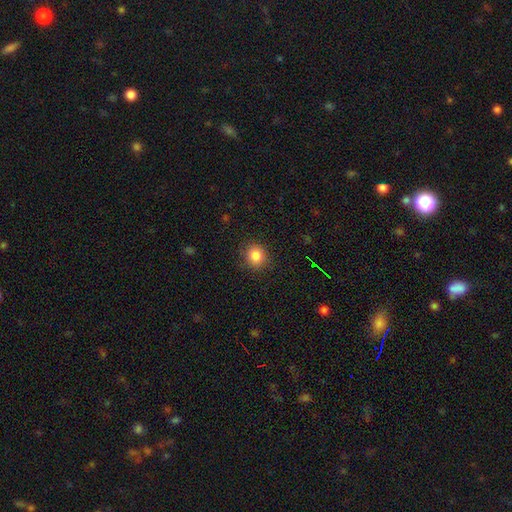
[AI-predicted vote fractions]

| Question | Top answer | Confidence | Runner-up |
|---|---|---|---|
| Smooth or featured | smooth | 85% | star or artifact (11%) |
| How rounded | round | 84% | in between (15%) |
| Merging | none | 86% | minor disturbance (10%) |